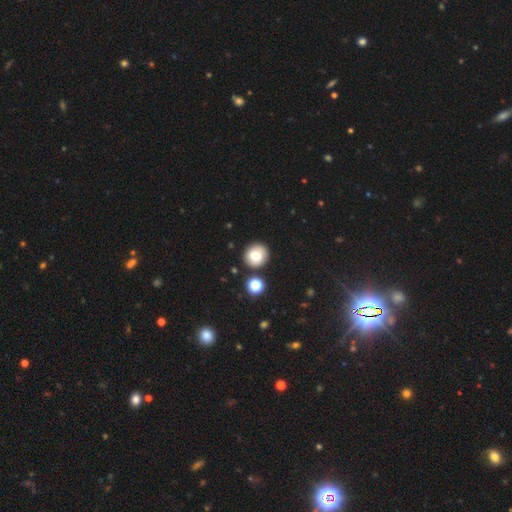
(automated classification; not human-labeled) The model was most divided on "smooth or featured": smooth: 74%, featured or disk: 14%, star or artifact: 11%. More confident: how rounded — round (87%); merging — none (85%).